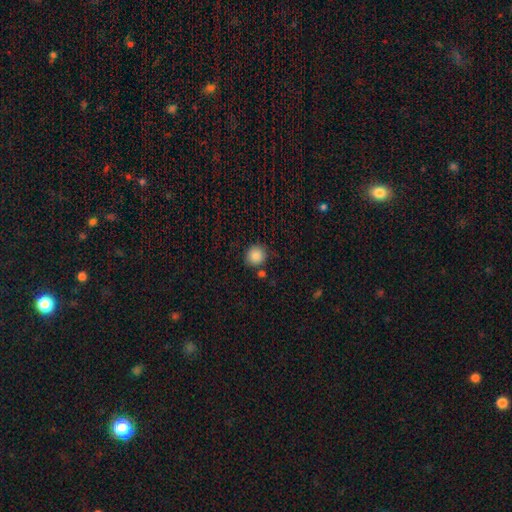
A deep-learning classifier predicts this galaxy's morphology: Smooth or featured?
  - smooth: 87% *
  - star or artifact: 9%
  - featured or disk: 4%
How rounded?
  - round: 87% *
  - in between: 12%
  - cigar-shaped: 1%
Merging?
  - none: 81% *
  - minor disturbance: 11%
  - merger: 6%
  - major disturbance: 3%